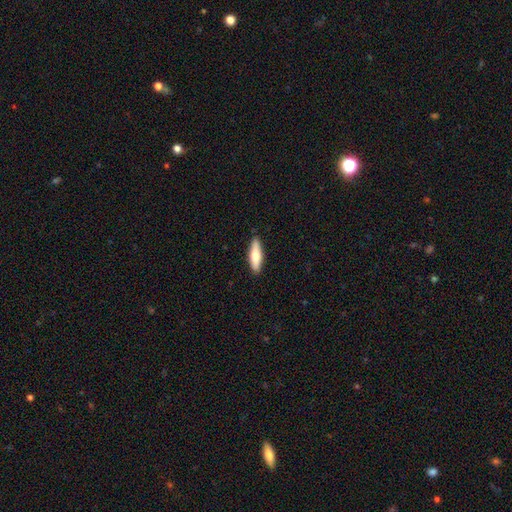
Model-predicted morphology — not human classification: smooth-or-featured: smooth: 67% | featured or disk: 28% | star or artifact: 5%
  how-rounded: cigar-shaped: 57% | in between: 41% | round: 2%
  merging: none: 89% | minor disturbance: 8% | major disturbance: 2% | merger: 1%